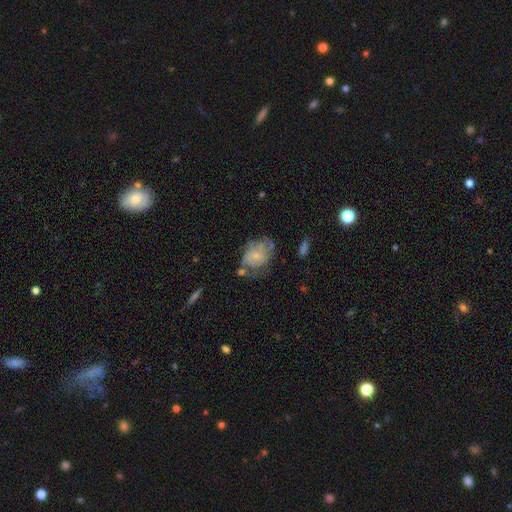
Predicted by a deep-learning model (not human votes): Smooth or featured? Predicted: featured or disk (p=0.53). Edge-on disk? Predicted: no (p=0.97). Bar? Predicted: no (p=0.75). Spiral arms? Predicted: yes (p=0.70). Bulge size? Predicted: small (p=0.67). Merging? Predicted: none (p=0.42).